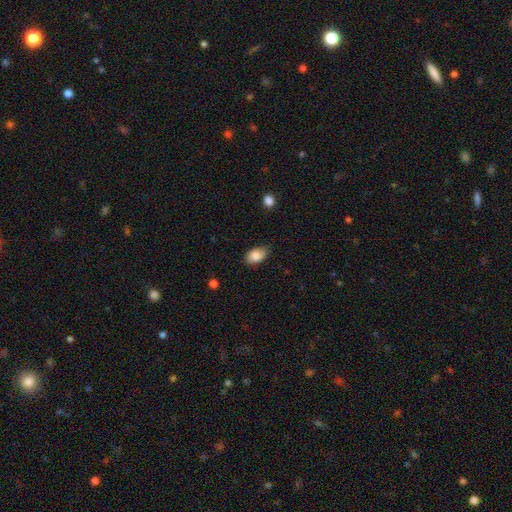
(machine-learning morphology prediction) Smooth or featured: smooth — 83% (featured or disk — 10%)
How rounded: in between — 90% (round — 8%)
Merging: none — 78% (minor disturbance — 18%)